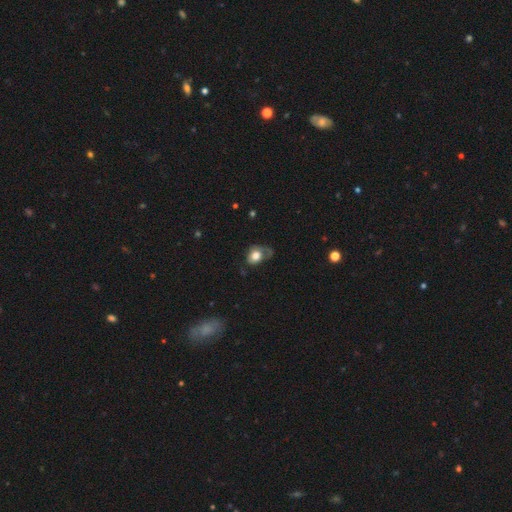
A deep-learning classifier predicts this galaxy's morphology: smooth_or_featured: smooth (p=0.71) [alt: featured or disk p=0.20]
how_rounded: in between (p=0.56) [alt: round p=0.43]
merging: none (p=0.34) [alt: major disturbance p=0.31]